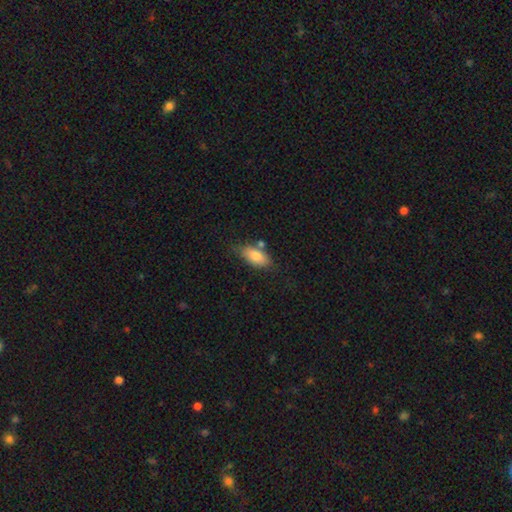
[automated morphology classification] Smooth or featured? smooth (82%)
How rounded? in between (90%)
Merging? none (64%)